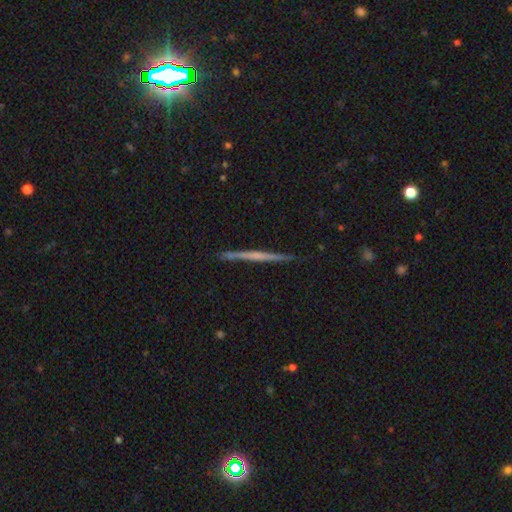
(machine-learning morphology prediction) The model was most divided on "smooth or featured": featured or disk: 65%, smooth: 29%, star or artifact: 6%. More confident: edge-on disk — yes (98%); merging — none (90%); edge-on bulge — none (73%).